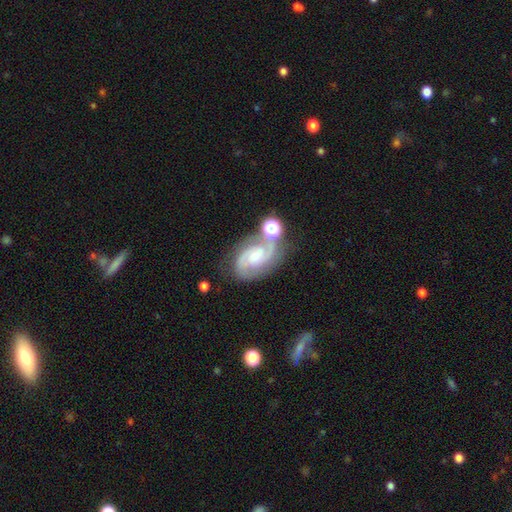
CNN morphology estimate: smooth-or-featured: featured or disk: 83% | smooth: 10% | star or artifact: 8%
  disk-edge-on: no: 97% | yes: 3%
    bar: no: 50% | weak: 41% | strong: 9%
    has-spiral-arms: yes: 97% | no: 3%
      spiral-winding: medium: 50% | tight: 37% | loose: 13%
      spiral-arm-count: 2: 77% | can't tell: 8% | 3: 8% | 1: 3% | 4: 2% | more than 4: 2%
    bulge-size: small: 49% | moderate: 35% | none: 9% | large: 5% | dominant: 2%
  merging: none: 54% | minor disturbance: 19% | merger: 17% | major disturbance: 10%